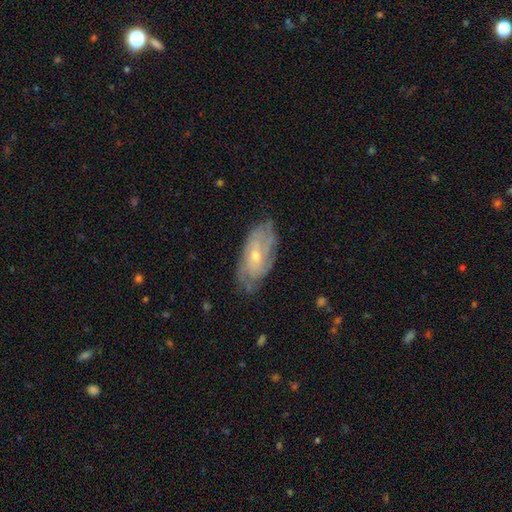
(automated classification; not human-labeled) This is likely a featured or disk galaxy (74%). It is clearly not viewed edge-on (92%). Bar: likely no (64%). Spiral arm pattern: clearly yes (88%). Spiral arm count: possibly can't tell (51%). Spiral winding: likely tight (60%). Central bulge: possibly small (52%). Merging: likely none (70%).